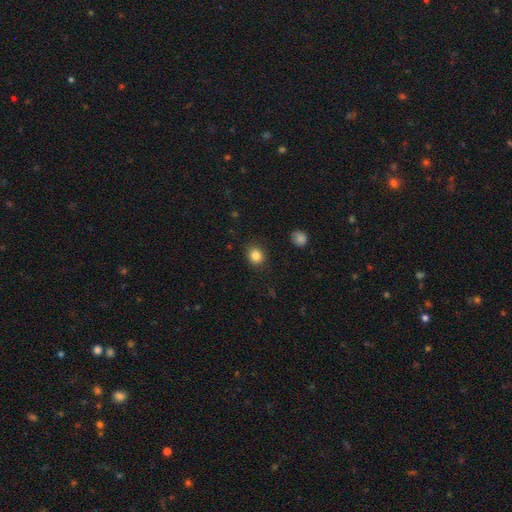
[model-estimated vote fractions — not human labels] Overall: smooth (84%). How rounded: round (72%). Merging: none (88%).